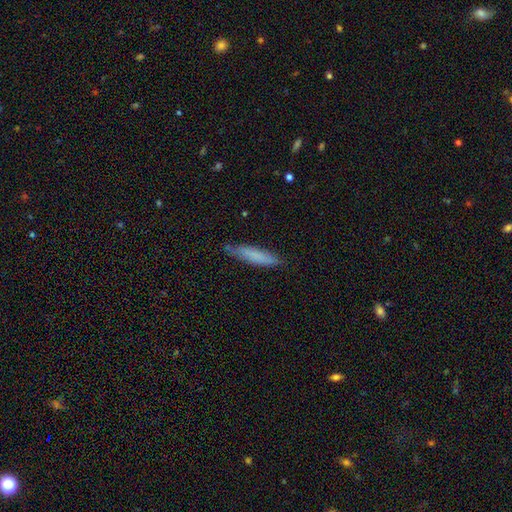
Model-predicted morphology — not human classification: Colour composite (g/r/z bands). It shows a smooth galaxy with no disk features (76%) that is cigar-shaped (85%). Merging: none (79%).